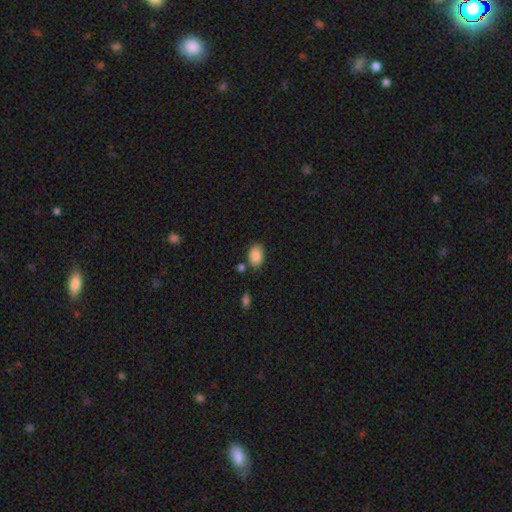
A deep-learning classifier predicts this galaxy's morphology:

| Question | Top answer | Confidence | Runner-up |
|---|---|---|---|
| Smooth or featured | smooth | 88% | star or artifact (8%) |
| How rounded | in between | 85% | round (14%) |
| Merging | none | 77% | minor disturbance (13%) |